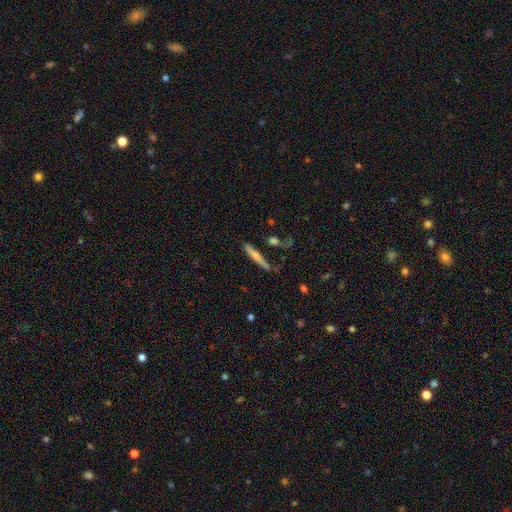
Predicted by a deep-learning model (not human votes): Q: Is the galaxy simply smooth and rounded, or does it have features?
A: smooth — 62%.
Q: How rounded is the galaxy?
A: cigar-shaped — 92%.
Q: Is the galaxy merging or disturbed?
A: none — 76%.